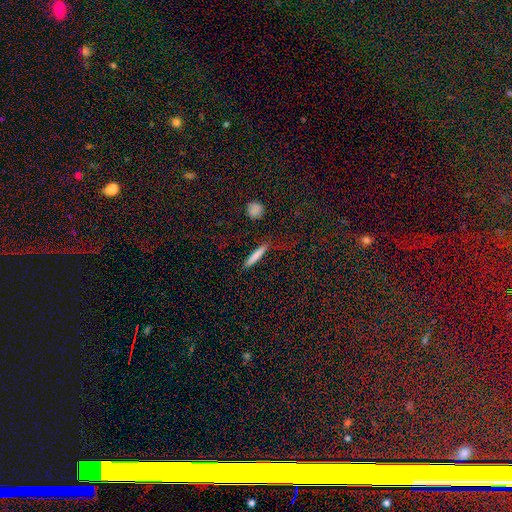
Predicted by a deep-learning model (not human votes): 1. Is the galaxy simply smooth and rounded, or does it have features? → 76% smooth, 16% featured or disk, 8% star or artifact.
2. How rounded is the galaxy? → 92% cigar-shaped, 6% in between, 2% round.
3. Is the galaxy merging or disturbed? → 85% none, 10% minor disturbance, 3% major disturbance, 2% merger.